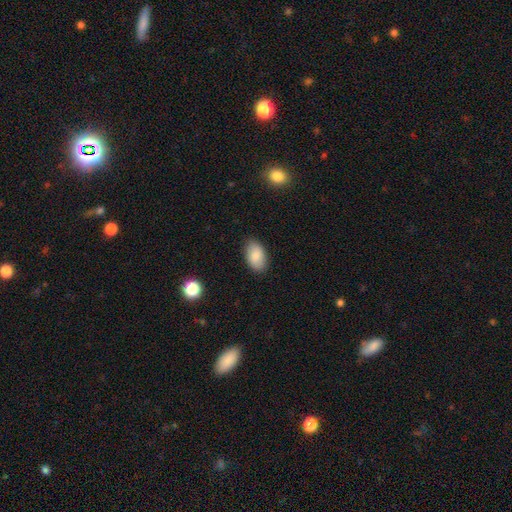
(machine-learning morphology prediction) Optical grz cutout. It shows a smooth galaxy with no disk features (86%) that is in between round and cigar-shaped (93%). Merging: none (86%).